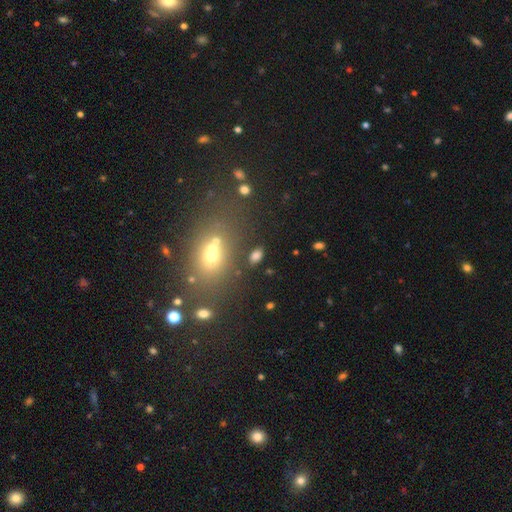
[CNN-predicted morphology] type=smooth (75%); roundness=in between (87%); merging=none (78%).